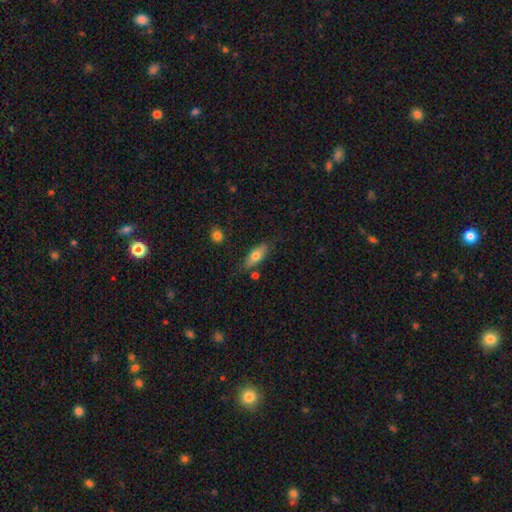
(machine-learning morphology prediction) smooth_or_featured: smooth (p=0.69) [alt: featured or disk p=0.24]
how_rounded: in between (p=0.71) [alt: cigar-shaped p=0.26]
merging: none (p=0.76) [alt: minor disturbance p=0.16]